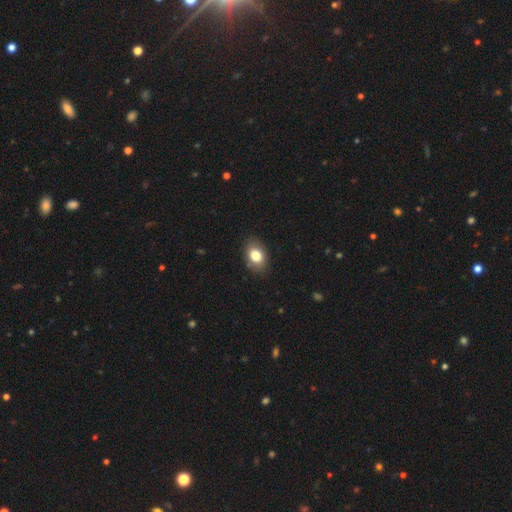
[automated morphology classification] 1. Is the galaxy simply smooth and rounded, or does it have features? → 80% smooth, 12% featured or disk, 9% star or artifact.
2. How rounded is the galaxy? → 80% in between, 19% round, 1% cigar-shaped.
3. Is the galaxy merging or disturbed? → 86% none, 11% minor disturbance, 2% major disturbance, 1% merger.